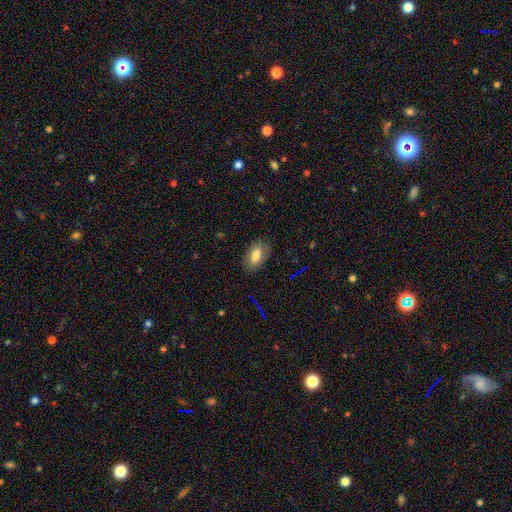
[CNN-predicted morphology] This appears to be a smooth galaxy with no disk features (75%) that is in between round and cigar-shaped (91%). Merging: none (83%).